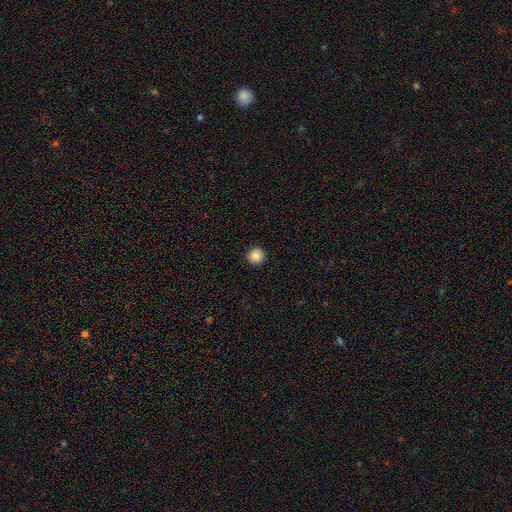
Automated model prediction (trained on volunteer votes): This is clearly a smooth galaxy (87%). How rounded: clearly round (95%). Merging: clearly none (93%).